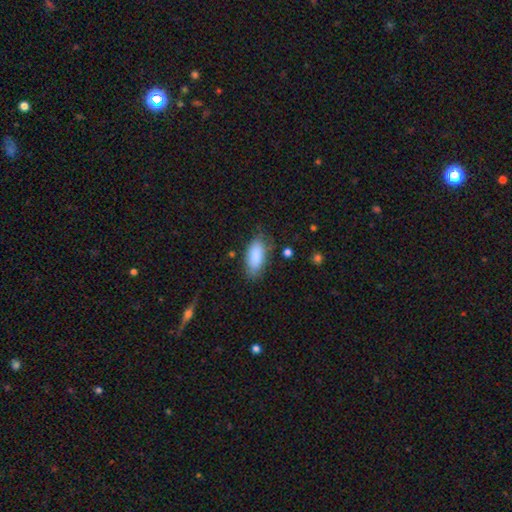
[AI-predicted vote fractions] Q: Smooth or featured?
A: smooth (87%); runner-up: featured or disk (7%)
Q: How rounded?
A: in between (87%); runner-up: cigar-shaped (11%)
Q: Merging?
A: none (73%); runner-up: minor disturbance (20%)